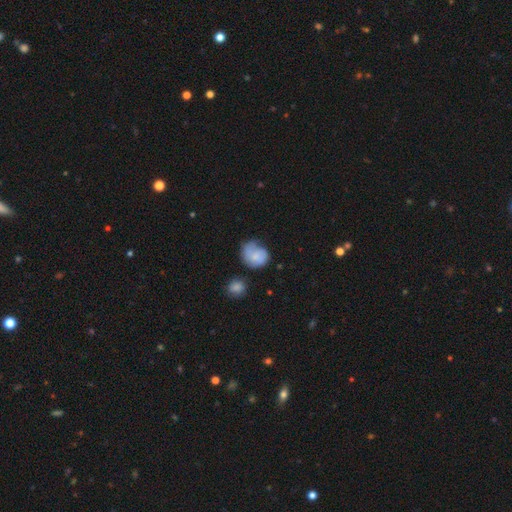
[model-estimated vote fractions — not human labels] Overall: smooth (62%; featured or disk 31%). How rounded: round (63%; in between 36%). Merging: none (39%; minor disturbance 33%).